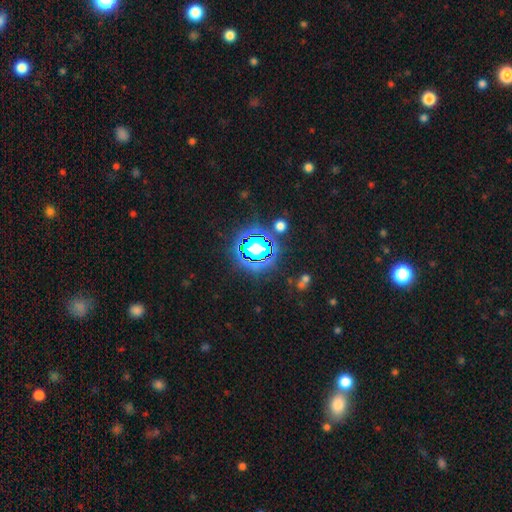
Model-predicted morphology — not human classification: The model was most divided on "smooth or featured": star or artifact: 79%, smooth: 13%, featured or disk: 7%.